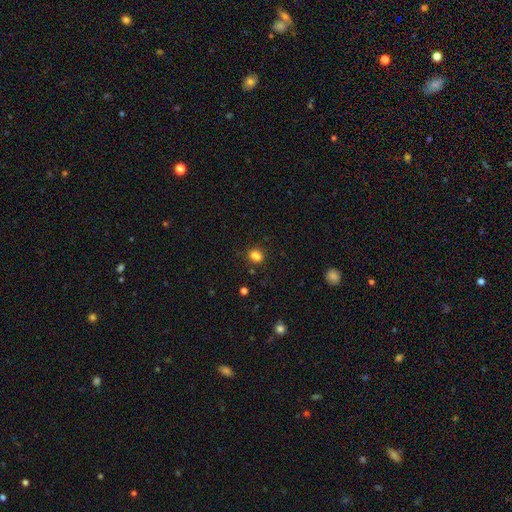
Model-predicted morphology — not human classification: A smooth galaxy with no disk features (83%) that is in between round and cigar-shaped (60%). Merging: none (77%).